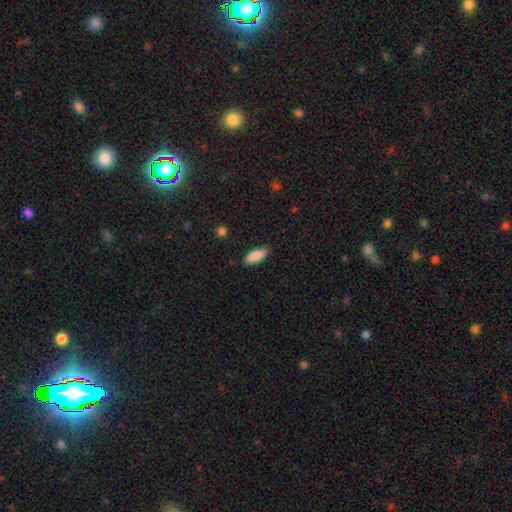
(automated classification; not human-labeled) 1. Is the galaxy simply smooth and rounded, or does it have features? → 89% smooth, 6% star or artifact, 5% featured or disk.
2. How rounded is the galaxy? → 68% in between, 30% cigar-shaped, 2% round.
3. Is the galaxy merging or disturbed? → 86% none, 11% minor disturbance, 2% major disturbance, 1% merger.